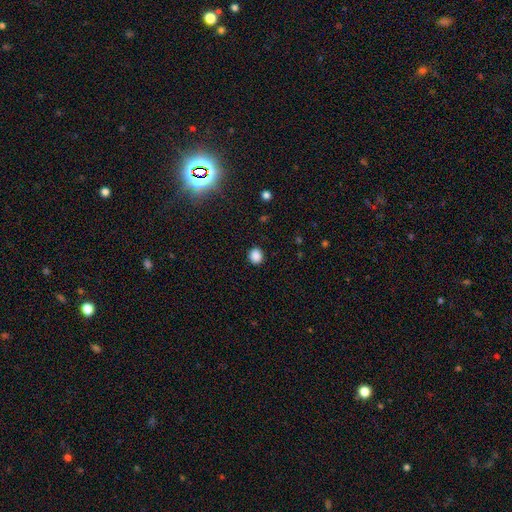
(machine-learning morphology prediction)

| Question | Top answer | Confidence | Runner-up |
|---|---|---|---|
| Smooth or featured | smooth | 87% | star or artifact (10%) |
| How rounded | round | 71% | in between (28%) |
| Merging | none | 89% | minor disturbance (7%) |